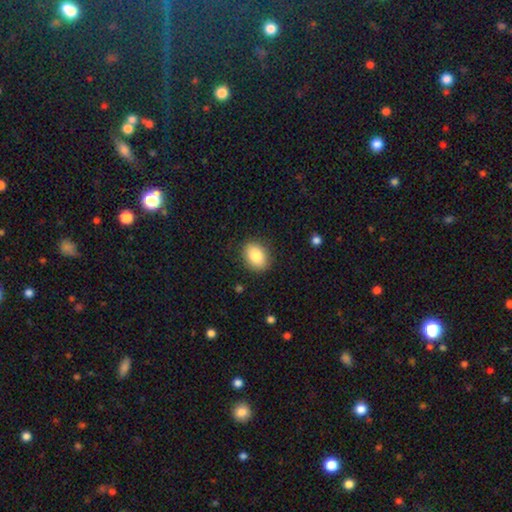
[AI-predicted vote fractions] A smooth galaxy with no disk features (85%) that is in between round and cigar-shaped (68%). Merging: none (87%).